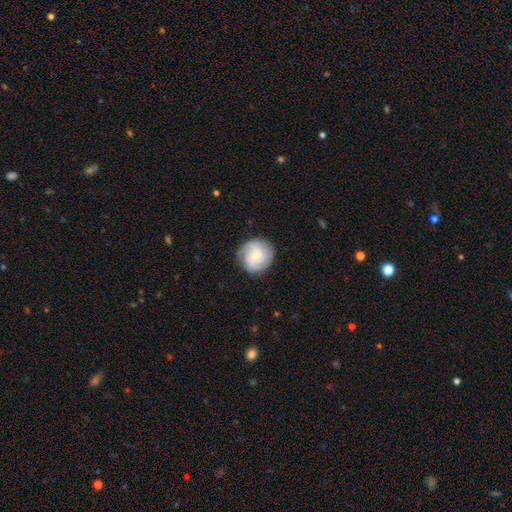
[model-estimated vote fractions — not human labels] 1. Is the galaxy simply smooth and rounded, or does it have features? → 67% featured or disk, 27% smooth, 6% star or artifact.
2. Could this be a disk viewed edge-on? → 98% no, 2% yes.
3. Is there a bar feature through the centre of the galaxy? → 66% no, 29% weak, 5% strong.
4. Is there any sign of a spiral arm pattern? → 92% yes, 8% no.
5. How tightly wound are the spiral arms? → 59% tight, 32% medium, 9% loose.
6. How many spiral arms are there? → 37% 2, 25% can't tell, 23% 3, 6% 1, 5% 4, 4% more than 4.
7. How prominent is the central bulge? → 59% small, 37% moderate, 2% none, 2% large, 1% dominant.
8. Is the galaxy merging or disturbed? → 79% none, 16% minor disturbance, 5% major disturbance, 1% merger.